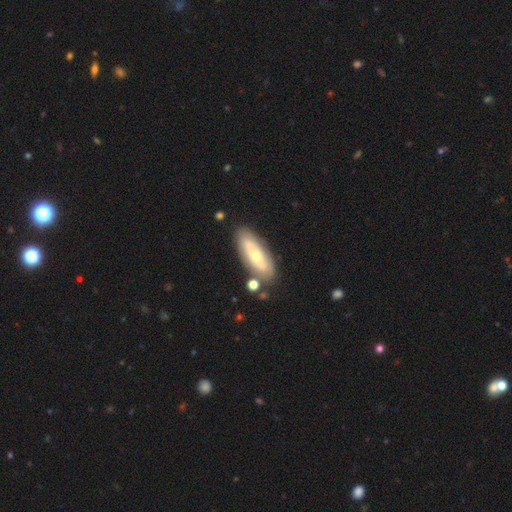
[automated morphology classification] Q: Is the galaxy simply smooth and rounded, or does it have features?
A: smooth — 48%.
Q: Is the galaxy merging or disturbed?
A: none — 77%.